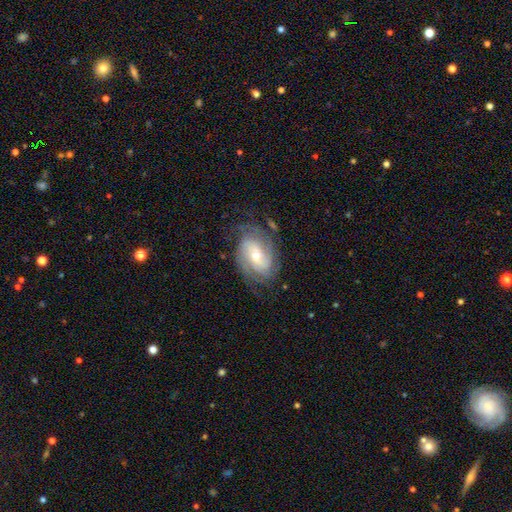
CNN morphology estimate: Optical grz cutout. It shows a featured or disk galaxy (79%) with no bar (52%), tight (51%) spiral arms (92%) and a small central bulge (52%). Merging: none (66%).